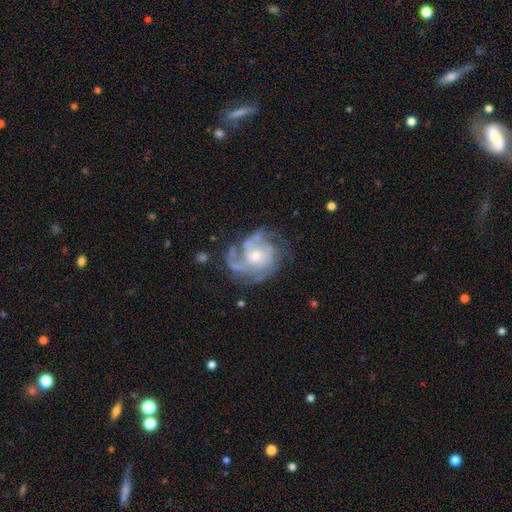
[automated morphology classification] Smooth or featured: featured or disk — 85% (smooth — 9%)
Edge-on disk: no — 98% (yes — 2%)
Bar: no — 73% (weak — 23%)
Spiral arms: yes — 92% (no — 8%)
Spiral winding: tight — 43% (medium — 42%)
Spiral arm count: 3 — 29% (can't tell — 25%)
Bulge size: moderate — 48% (small — 45%)
Merging: none — 62% (minor disturbance — 20%)